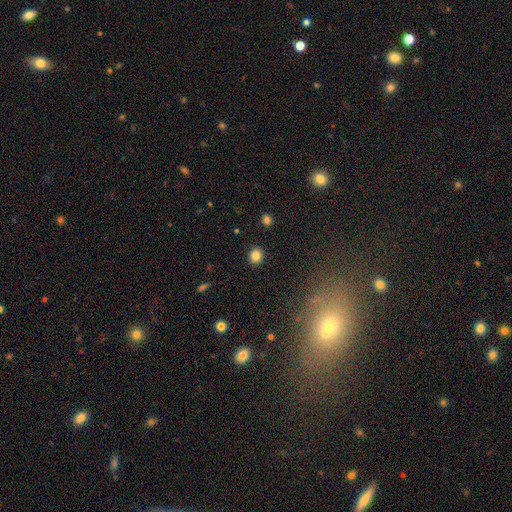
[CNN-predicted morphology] A smooth galaxy with no disk features (83%) that is round (80%). Merging: none (91%).